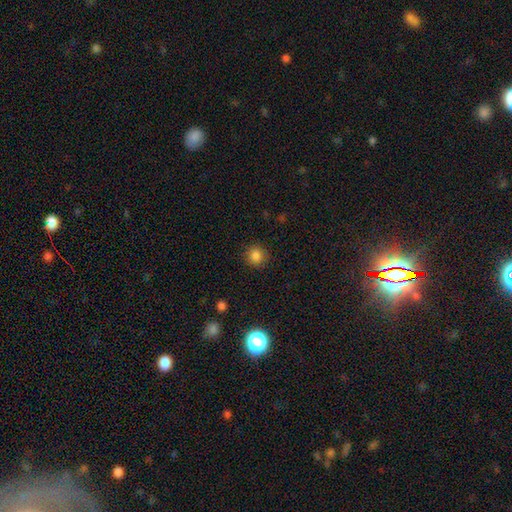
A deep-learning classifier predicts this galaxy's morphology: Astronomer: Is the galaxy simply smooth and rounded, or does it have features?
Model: smooth — 83%.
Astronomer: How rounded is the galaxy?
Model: round — 89%.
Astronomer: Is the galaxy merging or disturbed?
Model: none — 89%.